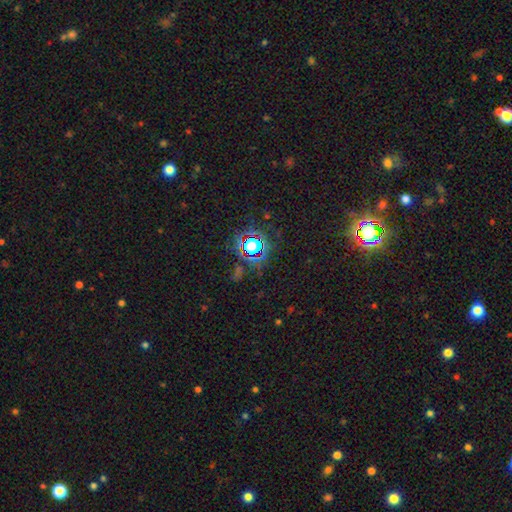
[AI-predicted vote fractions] Q: Smooth or featured?
A: star or artifact (78%); runner-up: smooth (14%)